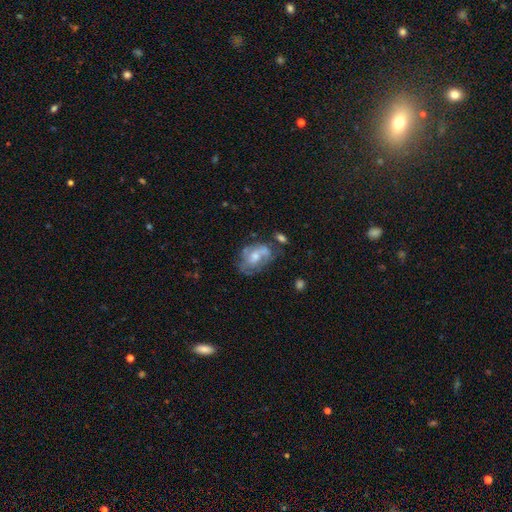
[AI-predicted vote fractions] featured or disk 64%, smooth 28%, star or artifact 8%. Down the decision tree: edge-on disk — no (97%); bar — no (66%); spiral arms — yes (67%); bulge size — moderate (50%); merging — none (43%).